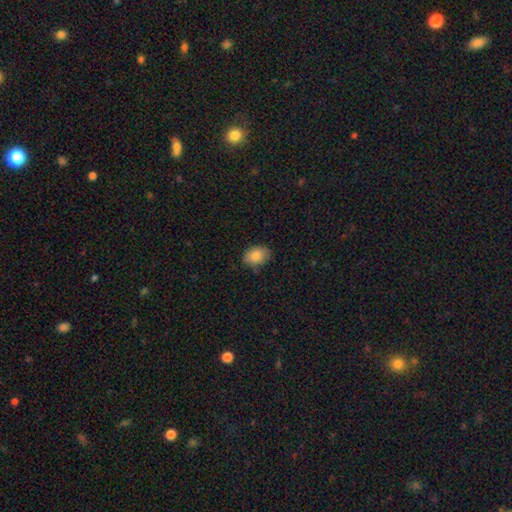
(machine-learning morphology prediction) A smooth galaxy with no disk features (83%) that is in between round and cigar-shaped (80%). Merging: none (80%).